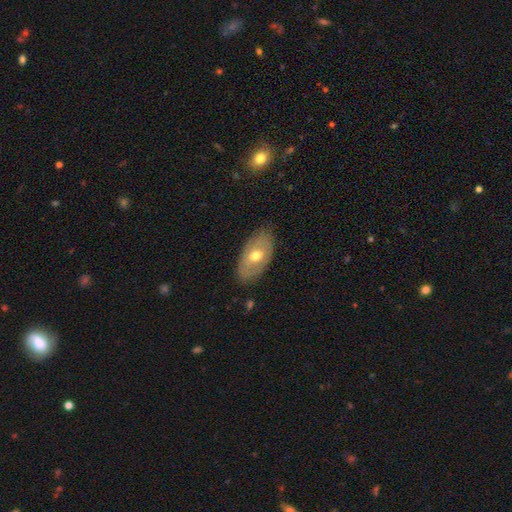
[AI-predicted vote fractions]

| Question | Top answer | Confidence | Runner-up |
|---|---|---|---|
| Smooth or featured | featured or disk | 50% | smooth (44%) |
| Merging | none | 79% | minor disturbance (16%) |